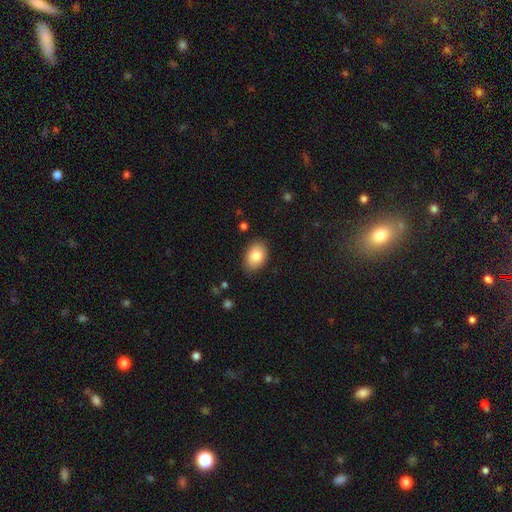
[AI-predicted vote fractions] Smooth or featured? Predicted: smooth (p=0.84). How rounded? Predicted: in between (p=0.83). Merging? Predicted: none (p=0.84).